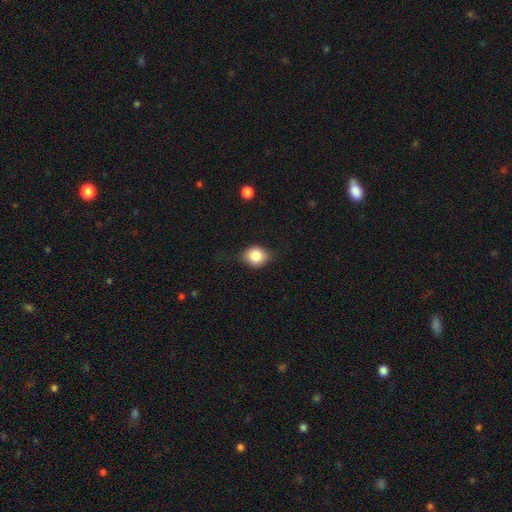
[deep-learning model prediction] Smooth or featured? Predicted: smooth (p=0.80). How rounded? Predicted: round (p=0.66). Merging? Predicted: none (p=0.68).